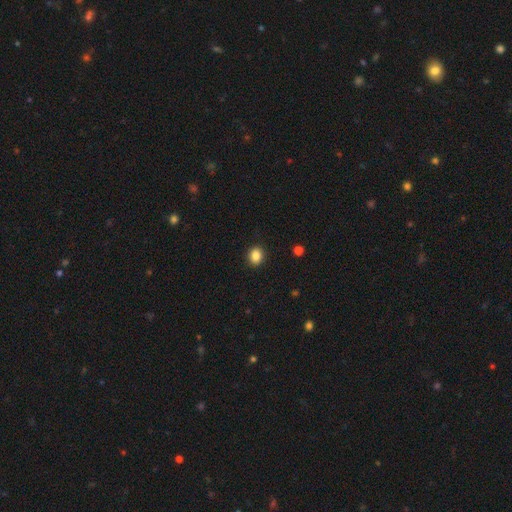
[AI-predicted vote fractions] This appears to be a smooth galaxy with no disk features (86%) that is round (58%). Merging: none (90%).